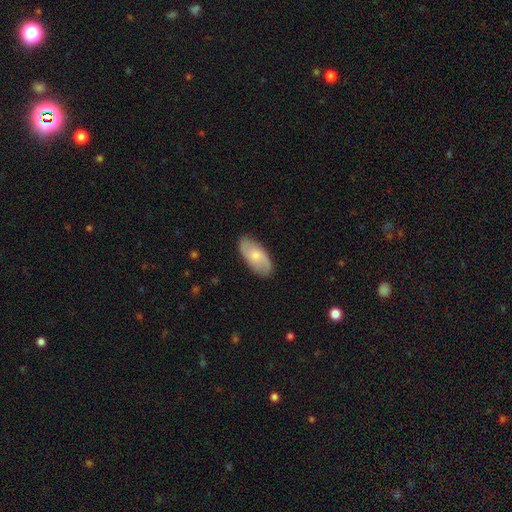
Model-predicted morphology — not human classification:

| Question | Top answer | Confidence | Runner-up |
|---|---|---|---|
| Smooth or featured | smooth | 57% | featured or disk (37%) |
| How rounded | in between | 91% | cigar-shaped (6%) |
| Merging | none | 85% | minor disturbance (12%) |